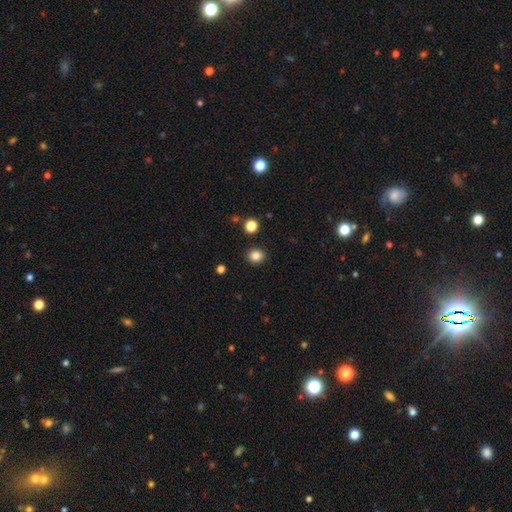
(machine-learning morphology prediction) The model was most divided on "how rounded": round: 83%, in between: 16%, cigar-shaped: 1%. More confident: merging — none (91%); smooth or featured — smooth (84%).